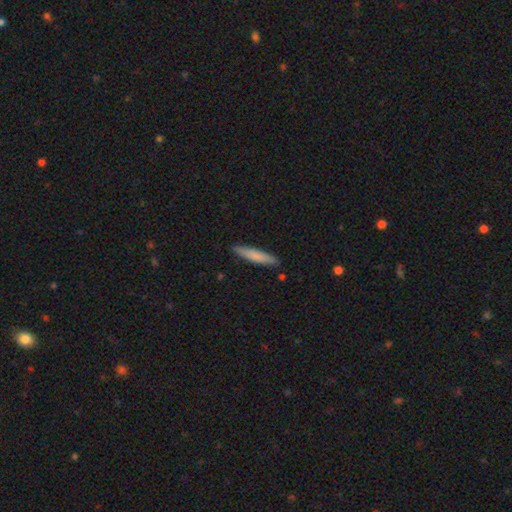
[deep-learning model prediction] Smooth or featured? smooth (76%)
How rounded? cigar-shaped (91%)
Merging? none (89%)